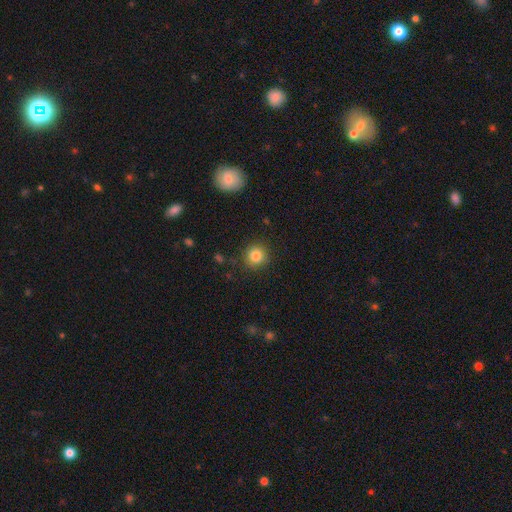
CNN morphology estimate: This is clearly a smooth galaxy (83%). How rounded: clearly round (92%). Merging: clearly none (88%).